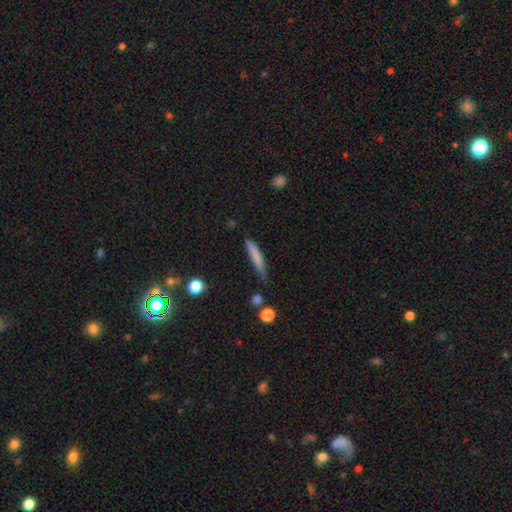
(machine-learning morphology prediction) A smooth galaxy with no disk features (75%) that is cigar-shaped (90%). Merging: none (62%).